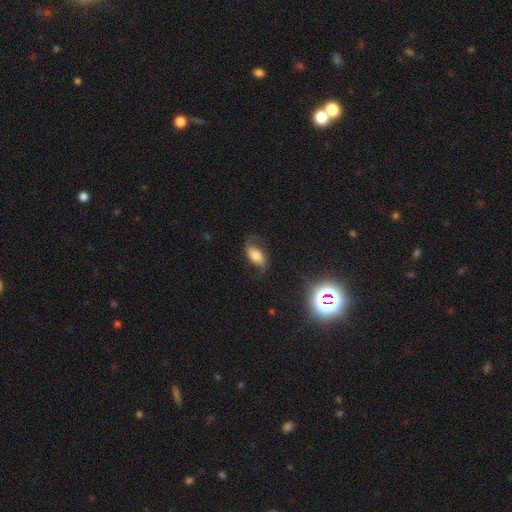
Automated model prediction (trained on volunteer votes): smooth 45%, featured or disk 43%, star or artifact 12%. Down the decision tree: merging — none (63%).